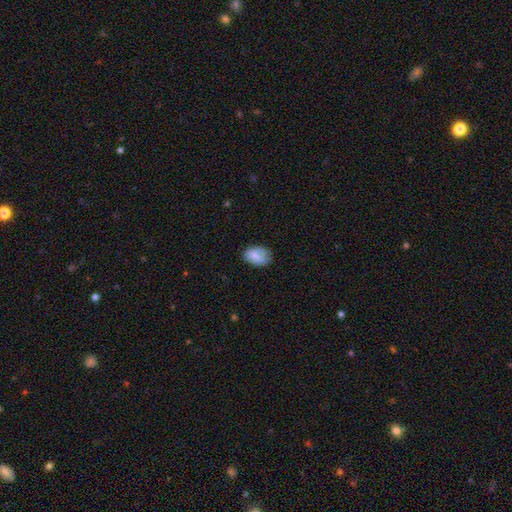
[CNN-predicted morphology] A smooth galaxy with no disk features (78%) that is in between round and cigar-shaped (85%). Merging: none (70%).